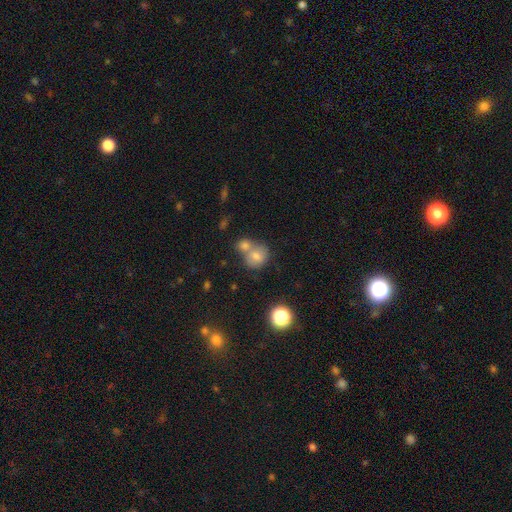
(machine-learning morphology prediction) Smooth or featured: smooth — 69% (featured or disk — 15%)
How rounded: round — 79% (in between — 20%)
Merging: merger — 46% (none — 41%)